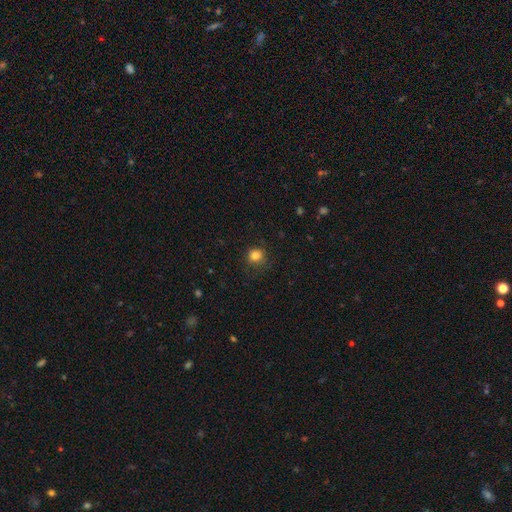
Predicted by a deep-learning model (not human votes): Smooth or featured? smooth (84%)
How rounded? round (88%)
Merging? none (82%)